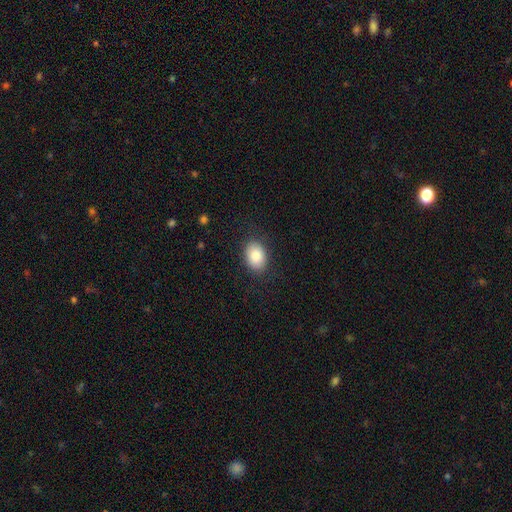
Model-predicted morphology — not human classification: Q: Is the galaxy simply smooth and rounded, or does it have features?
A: smooth — 86%.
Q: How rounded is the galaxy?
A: in between — 78%.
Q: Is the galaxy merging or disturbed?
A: none — 84%.